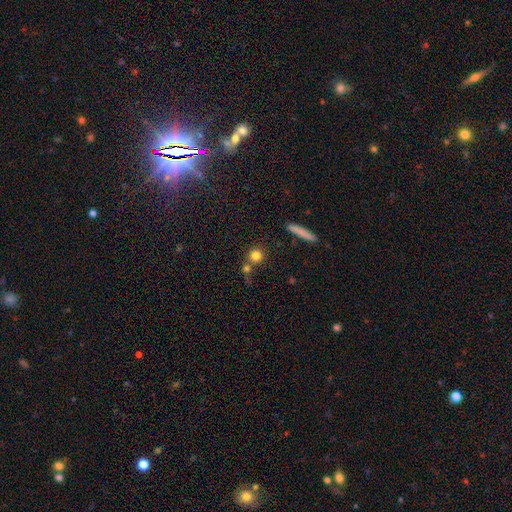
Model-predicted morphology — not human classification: smooth_or_featured: smooth (p=0.79) [alt: star or artifact p=0.11]
how_rounded: round (p=0.90) [alt: in between p=0.07]
merging: none (p=0.66) [alt: merger p=0.22]